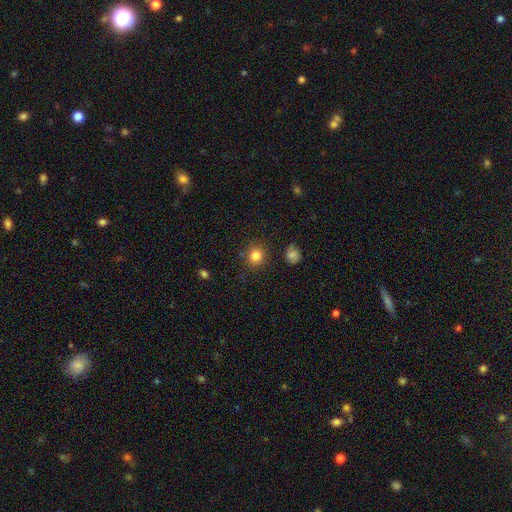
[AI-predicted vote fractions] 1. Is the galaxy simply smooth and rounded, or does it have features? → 83% smooth, 11% star or artifact, 6% featured or disk.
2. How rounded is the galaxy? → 86% round, 13% in between, 1% cigar-shaped.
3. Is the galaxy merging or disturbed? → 85% none, 10% minor disturbance, 3% major disturbance, 3% merger.